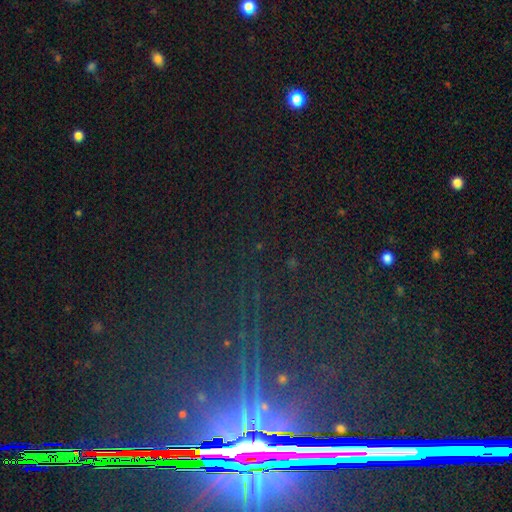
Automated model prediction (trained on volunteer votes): Overall: star or artifact (82%).